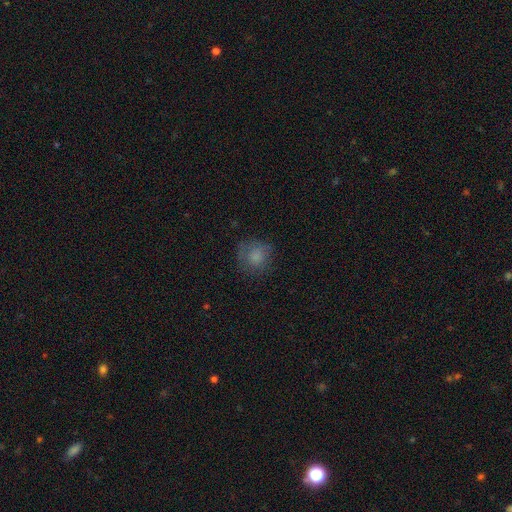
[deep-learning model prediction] This is likely a smooth galaxy (78%). How rounded: clearly round (86%). Merging: likely none (69%).